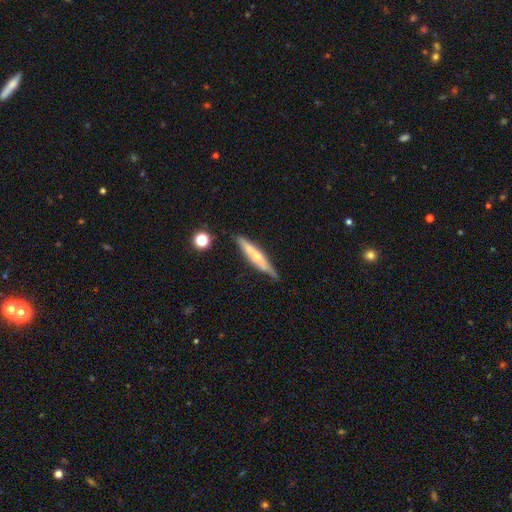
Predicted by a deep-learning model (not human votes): Morphology: type=featured or disk (53%); edge-on=yes (92%); merging=none (78%).